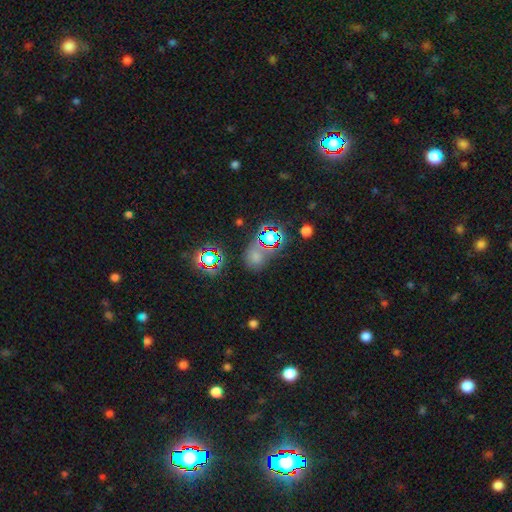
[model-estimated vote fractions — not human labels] Smooth or featured? smooth (49%)
Merging? none (68%)